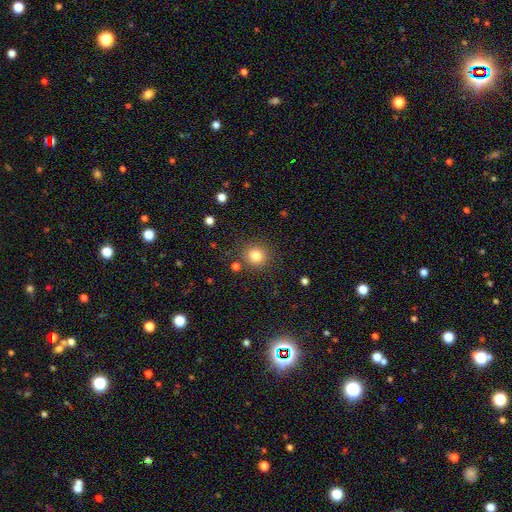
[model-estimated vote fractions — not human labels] smooth_or_featured: smooth (p=0.81) [alt: star or artifact p=0.13]
how_rounded: round (p=0.89) [alt: in between p=0.10]
merging: none (p=0.86) [alt: minor disturbance p=0.08]